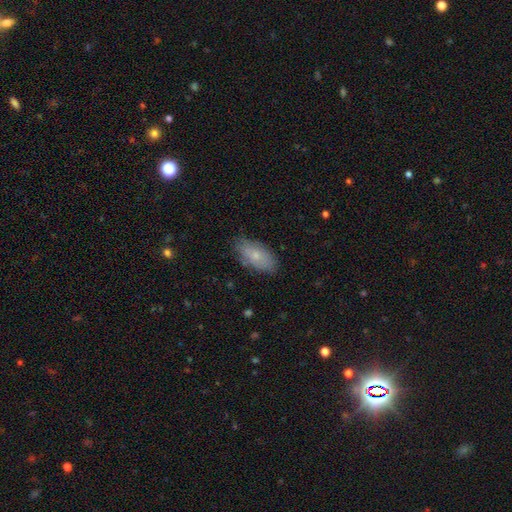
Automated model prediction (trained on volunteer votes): Morphology: type=smooth (72%); roundness=in between (91%); merging=none (80%).